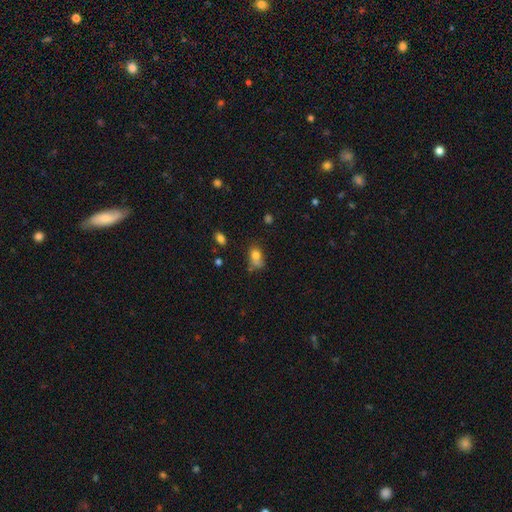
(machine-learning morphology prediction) The model was most divided on "merging": none: 43%, minor disturbance: 30%, merger: 14%, major disturbance: 13%. More confident: smooth or featured — smooth (77%); how rounded — in between (73%).